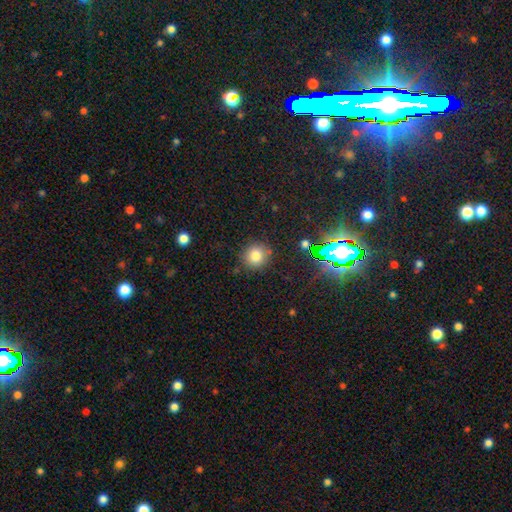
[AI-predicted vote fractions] Smooth or featured? smooth (77%)
How rounded? round (89%)
Merging? none (86%)